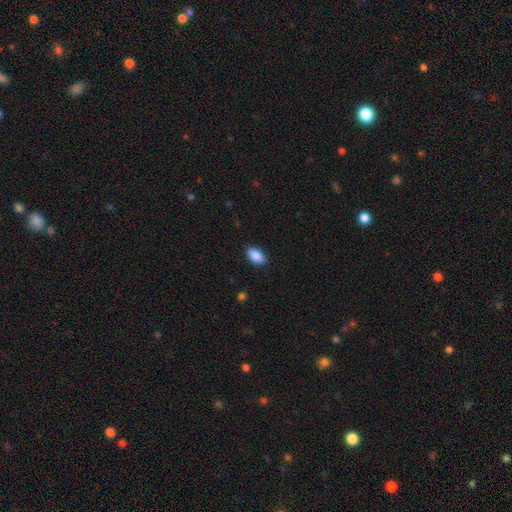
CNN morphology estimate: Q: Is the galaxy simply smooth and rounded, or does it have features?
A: smooth — 90%.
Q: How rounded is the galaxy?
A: in between — 94%.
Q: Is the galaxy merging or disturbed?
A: none — 88%.